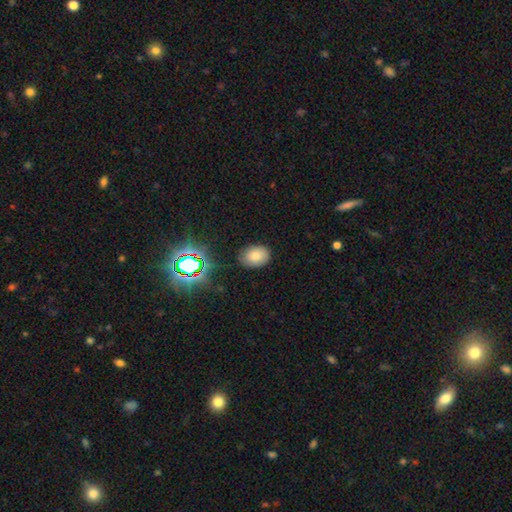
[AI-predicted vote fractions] smooth_or_featured: smooth (p=0.79) [alt: star or artifact p=0.13]
how_rounded: in between (p=0.77) [alt: round p=0.22]
merging: none (p=0.82) [alt: minor disturbance p=0.14]